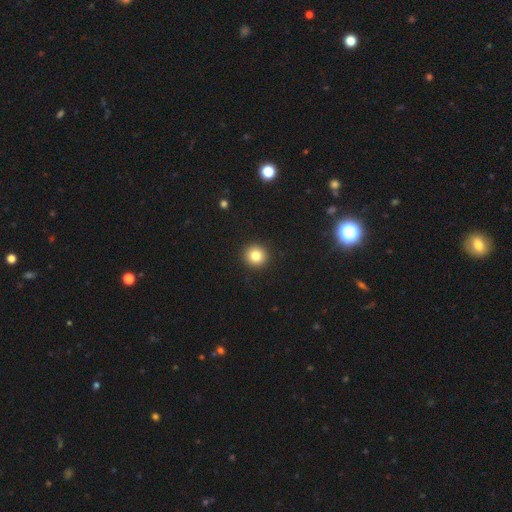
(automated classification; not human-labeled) Smooth or featured?
  - smooth: 83% *
  - star or artifact: 11%
  - featured or disk: 7%
How rounded?
  - round: 93% *
  - in between: 6%
  - cigar-shaped: 1%
Merging?
  - none: 92% *
  - minor disturbance: 5%
  - major disturbance: 2%
  - merger: 1%